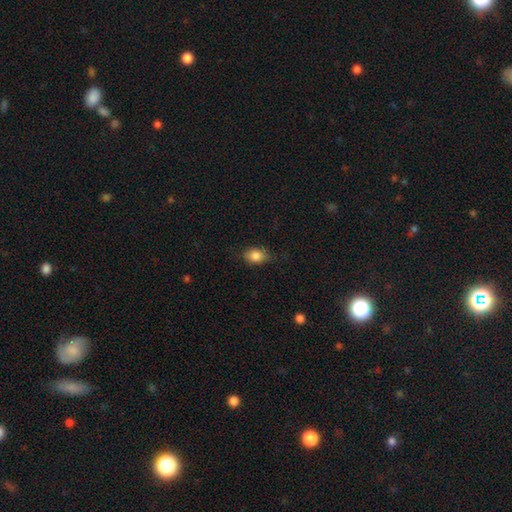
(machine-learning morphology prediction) A smooth galaxy with no disk features (85%) that is in between round and cigar-shaped (75%).

Vote fractions:
- Smooth or featured? smooth: 85% / star or artifact: 8% / featured or disk: 7%
- How rounded? in between: 75% / round: 24% / cigar-shaped: 2%
- Merging? none: 77% / minor disturbance: 18% / major disturbance: 4% / merger: 1%